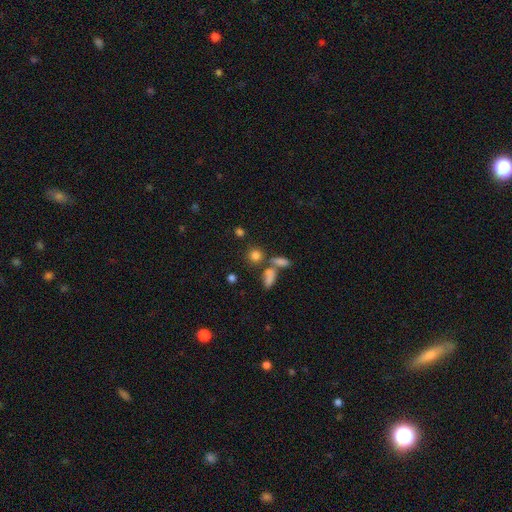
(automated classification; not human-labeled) smooth-or-featured: smooth: 78% | star or artifact: 13% | featured or disk: 9%
  how-rounded: round: 71% | in between: 25% | cigar-shaped: 4%
  merging: none: 60% | merger: 24% | minor disturbance: 11% | major disturbance: 5%